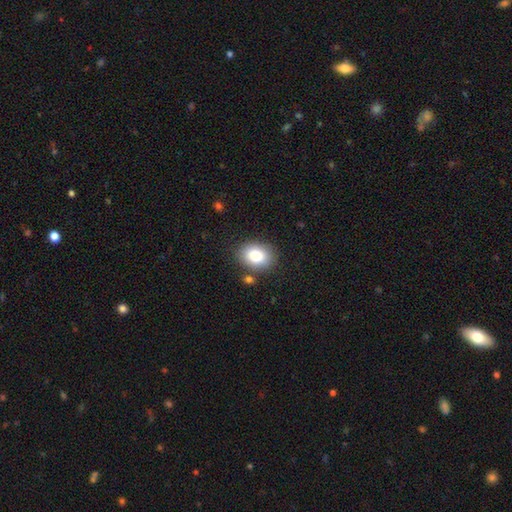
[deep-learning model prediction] Smooth or featured: smooth — 81% (featured or disk — 10%)
How rounded: in between — 59% (round — 40%)
Merging: none — 82% (minor disturbance — 10%)